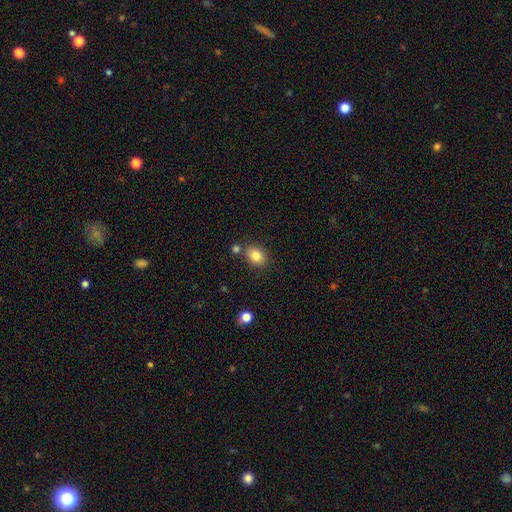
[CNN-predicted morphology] Overall: smooth (83%). How rounded: in between (66%; round 33%). Merging: none (75%).